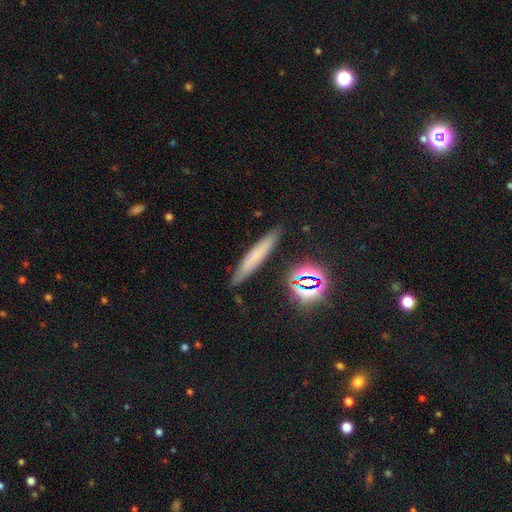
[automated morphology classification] Smooth or featured? Predicted: smooth (p=0.61). How rounded? Predicted: cigar-shaped (p=0.91). Merging? Predicted: none (p=0.86).